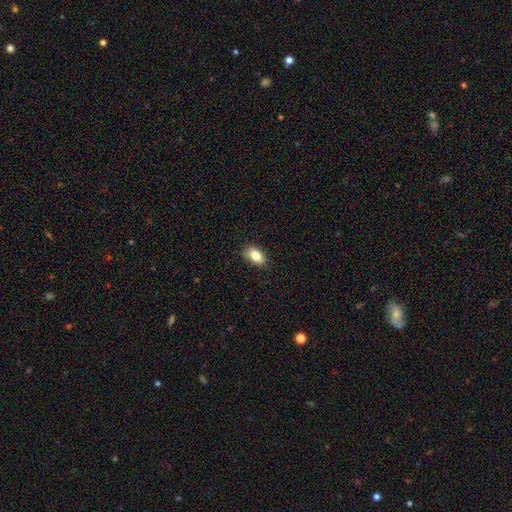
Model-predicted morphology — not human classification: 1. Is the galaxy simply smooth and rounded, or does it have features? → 83% smooth, 9% featured or disk, 8% star or artifact.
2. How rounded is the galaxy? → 88% in between, 10% round, 2% cigar-shaped.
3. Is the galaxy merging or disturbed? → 81% none, 15% minor disturbance, 3% major disturbance, 1% merger.